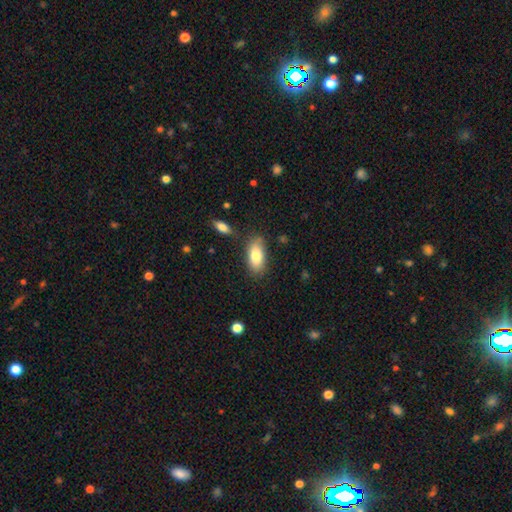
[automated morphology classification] smooth-or-featured: smooth: 81% | featured or disk: 12% | star or artifact: 7%
  how-rounded: in between: 88% | cigar-shaped: 9% | round: 3%
  merging: none: 78% | minor disturbance: 15% | merger: 4% | major disturbance: 4%